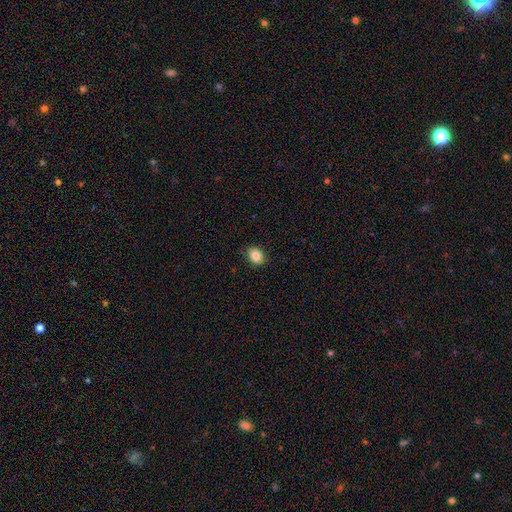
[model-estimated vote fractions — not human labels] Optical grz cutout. It shows a smooth galaxy with no disk features (86%) that is in between round and cigar-shaped (56%). Merging: none (87%).